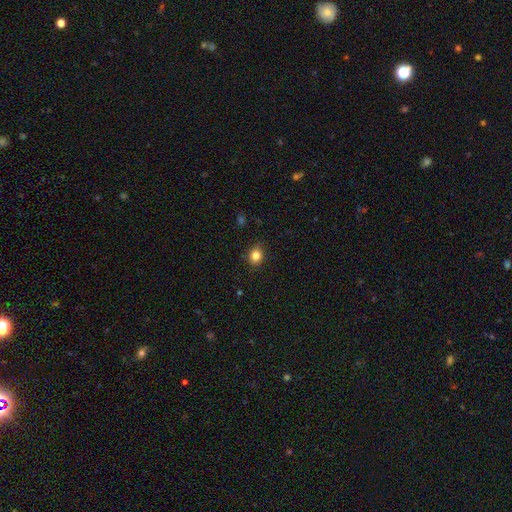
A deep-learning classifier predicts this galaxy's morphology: smooth_or_featured: smooth (p=0.84) [alt: star or artifact p=0.11]
how_rounded: round (p=0.69) [alt: in between p=0.30]
merging: none (p=0.87) [alt: minor disturbance p=0.10]